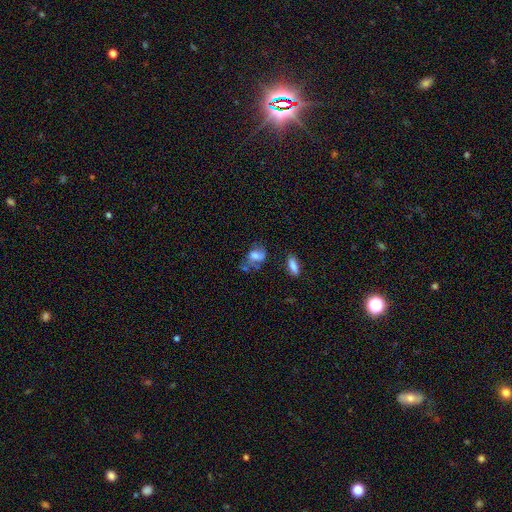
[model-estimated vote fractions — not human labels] smooth-or-featured: smooth: 59% | featured or disk: 30% | star or artifact: 12%
  how-rounded: in between: 71% | round: 27% | cigar-shaped: 3%
  merging: none: 35% | minor disturbance: 26% | major disturbance: 23% | merger: 17%